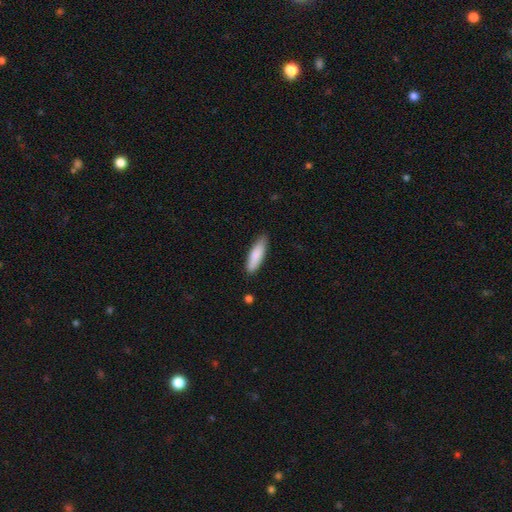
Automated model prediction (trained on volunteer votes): Smooth or featured: smooth — 86% (featured or disk — 9%)
How rounded: cigar-shaped — 57% (in between — 42%)
Merging: none — 83% (minor disturbance — 14%)